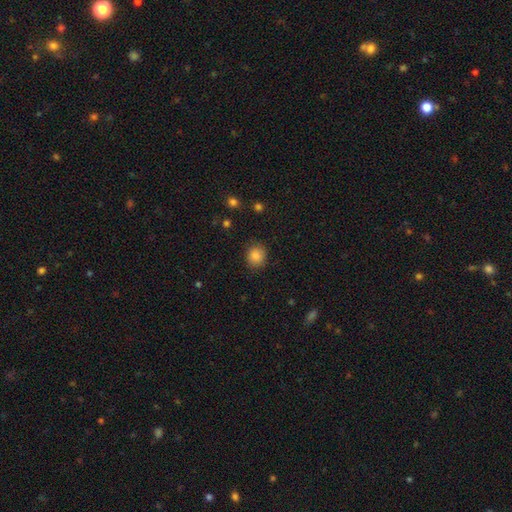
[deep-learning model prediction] Morphology: type=smooth (85%); roundness=round (79%); merging=none (85%).